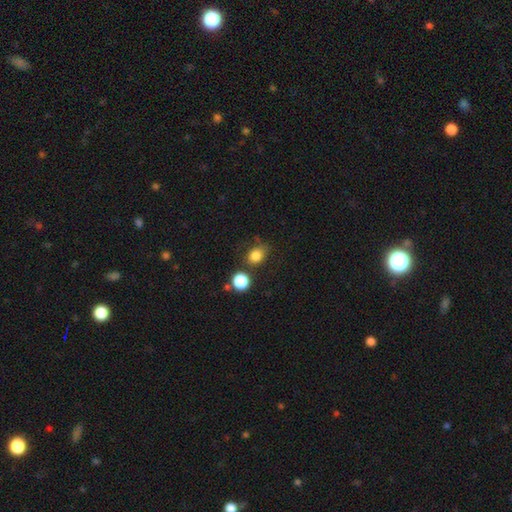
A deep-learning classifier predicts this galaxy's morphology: Overall: smooth (82%). How rounded: round (54%; in between 45%). Merging: none (62%).